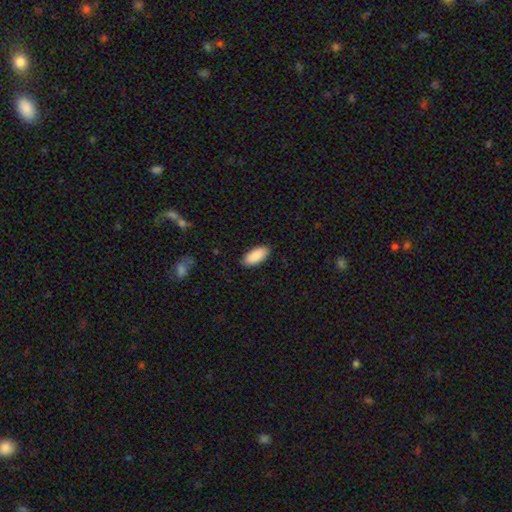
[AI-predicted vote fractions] Smooth or featured? Predicted: smooth (p=0.90). How rounded? Predicted: in between (p=0.91). Merging? Predicted: none (p=0.88).